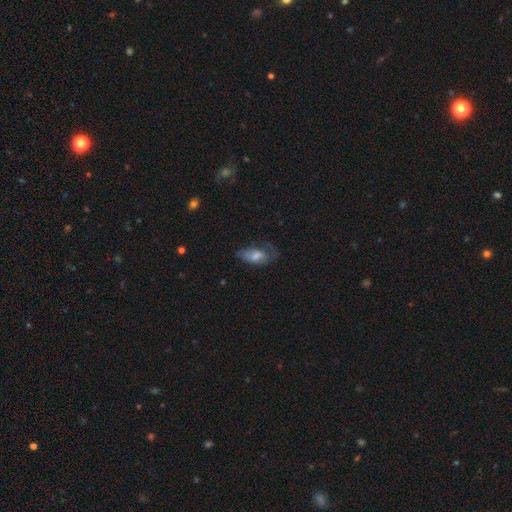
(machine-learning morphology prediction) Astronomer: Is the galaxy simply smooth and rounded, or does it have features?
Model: smooth — 63%.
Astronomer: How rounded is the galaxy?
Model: in between — 87%.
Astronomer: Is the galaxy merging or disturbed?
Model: none — 36% (runner-up: major disturbance, 31%).